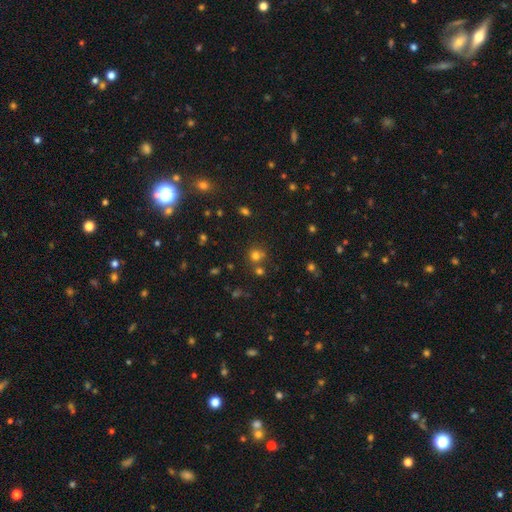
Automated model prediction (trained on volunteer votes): Smooth or featured: smooth — 68% (star or artifact — 24%)
How rounded: round — 89% (in between — 10%)
Merging: none — 66% (merger — 22%)